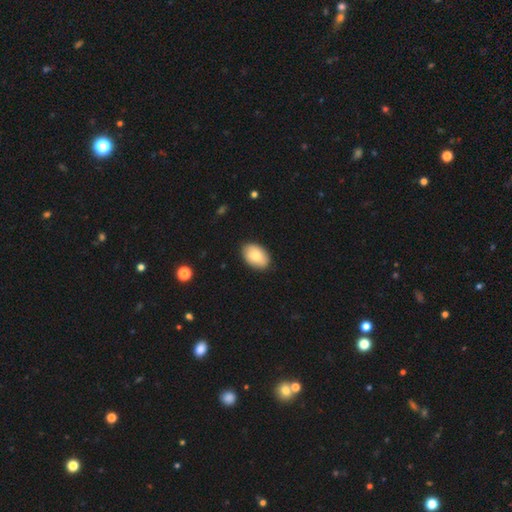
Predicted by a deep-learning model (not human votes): The model was most divided on "smooth or featured": smooth: 82%, featured or disk: 12%, star or artifact: 6%. More confident: how rounded — in between (89%); merging — none (88%).